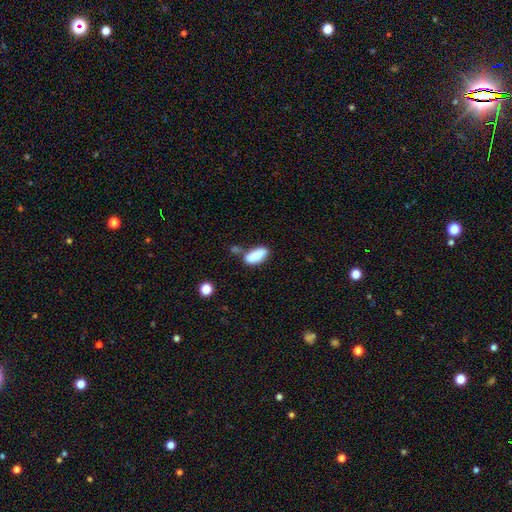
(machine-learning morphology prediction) smooth 85%, featured or disk 8%, star or artifact 7%. Down the decision tree: how rounded — in between (87%); merging — none (52%).